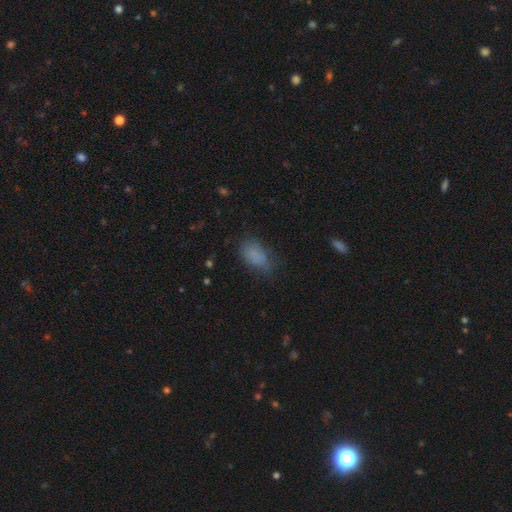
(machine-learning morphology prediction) type=smooth (82%); roundness=in between (89%); merging=none (63%).